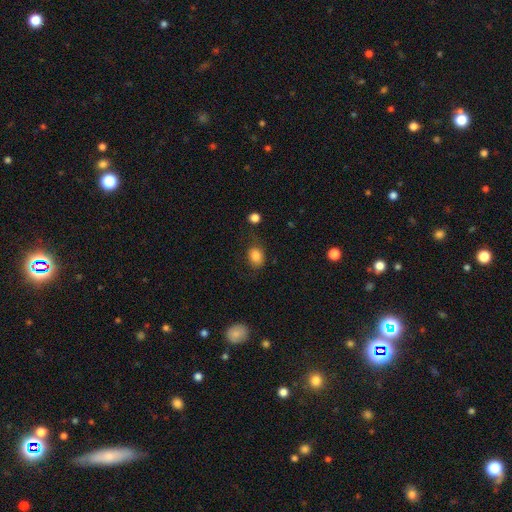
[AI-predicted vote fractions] Q: Smooth or featured?
A: smooth (84%); runner-up: star or artifact (10%)
Q: How rounded?
A: in between (58%); runner-up: round (41%)
Q: Merging?
A: none (66%); runner-up: minor disturbance (22%)